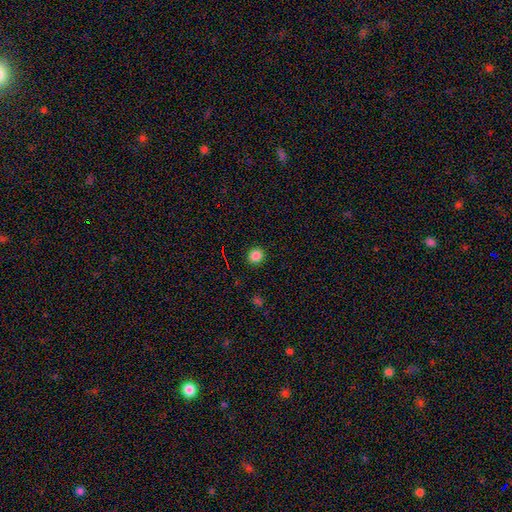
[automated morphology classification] A smooth galaxy with no disk features (84%) that is round (86%).

Vote fractions:
- Smooth or featured? smooth: 84% / star or artifact: 13% / featured or disk: 4%
- How rounded? round: 86% / in between: 13% / cigar-shaped: 1%
- Merging? none: 91% / minor disturbance: 6% / major disturbance: 2% / merger: 1%